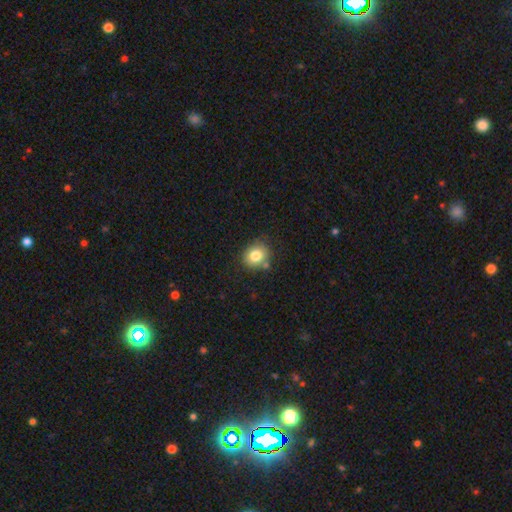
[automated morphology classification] Q: Smooth or featured?
A: smooth (81%); runner-up: star or artifact (10%)
Q: How rounded?
A: round (73%); runner-up: in between (26%)
Q: Merging?
A: none (75%); runner-up: minor disturbance (14%)